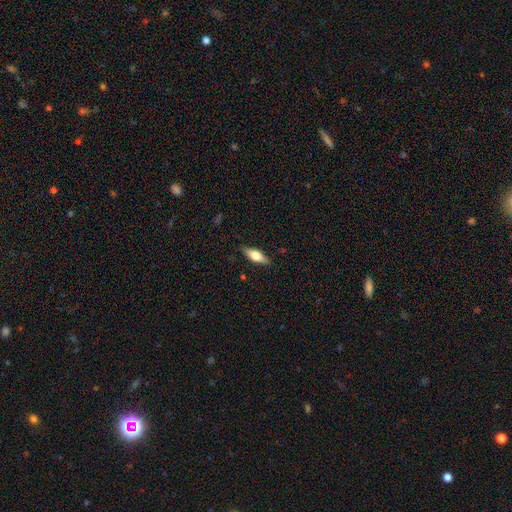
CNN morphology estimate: Smooth or featured? smooth (49%)
Merging? none (86%)